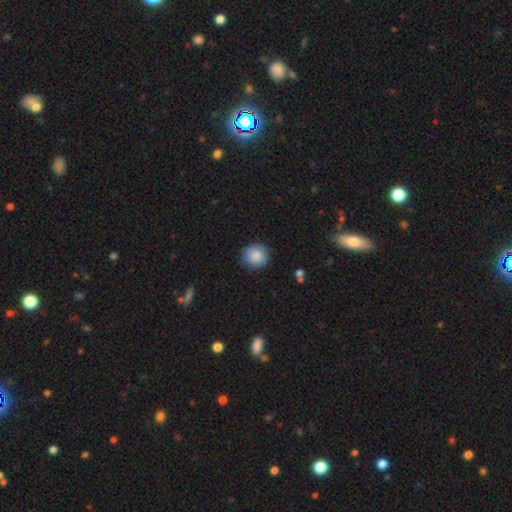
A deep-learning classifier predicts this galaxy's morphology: Overall: smooth (87%). How rounded: round (92%). Merging: none (85%).